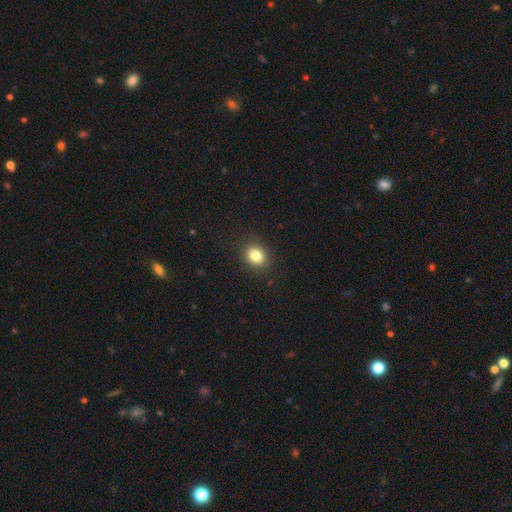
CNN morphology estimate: Overall: smooth (83%). How rounded: in between (56%; round 43%). Merging: none (88%).